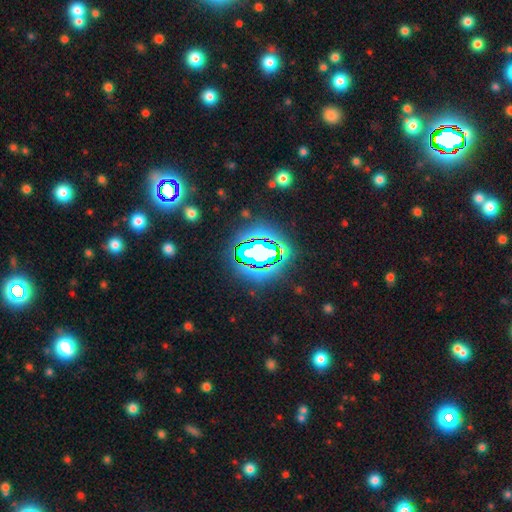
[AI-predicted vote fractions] Q: Smooth or featured?
A: star or artifact (77%); runner-up: smooth (14%)